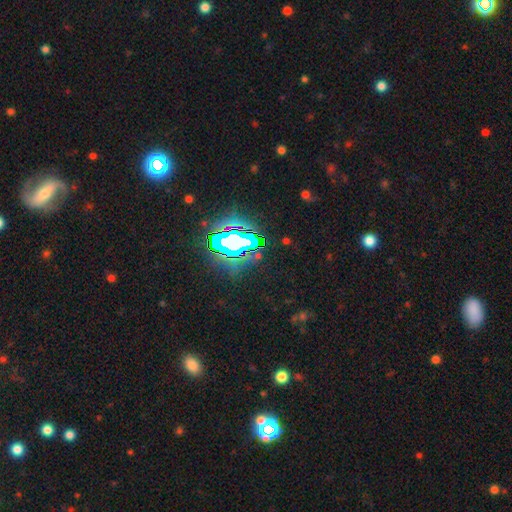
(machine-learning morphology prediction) The model was most divided on "smooth or featured": star or artifact: 75%, smooth: 13%, featured or disk: 12%.